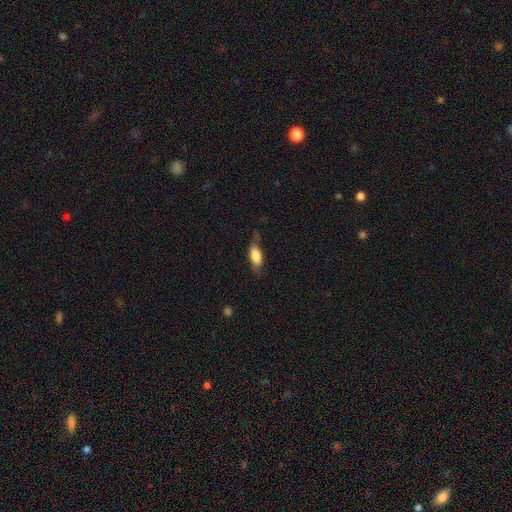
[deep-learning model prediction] smooth-or-featured: smooth: 76% | featured or disk: 17% | star or artifact: 7%
  how-rounded: in between: 81% | cigar-shaped: 16% | round: 3%
  merging: none: 55% | minor disturbance: 29% | major disturbance: 14% | merger: 2%